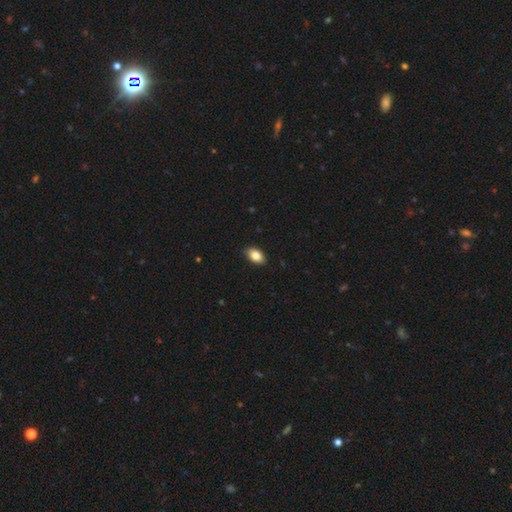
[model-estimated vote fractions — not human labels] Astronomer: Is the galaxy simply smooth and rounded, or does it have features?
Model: smooth — 85%.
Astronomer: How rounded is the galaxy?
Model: in between — 91%.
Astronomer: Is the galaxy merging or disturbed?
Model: none — 87%.